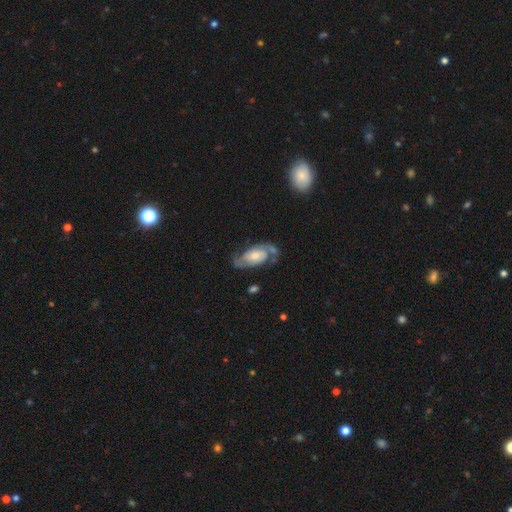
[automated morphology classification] type=featured or disk (84%); edge-on=no (96%); bar=no (59%); spiral arms=yes (95%); winding=medium (48%); arm count=2 (90%); bulge=moderate (41%); merging=none (69%).